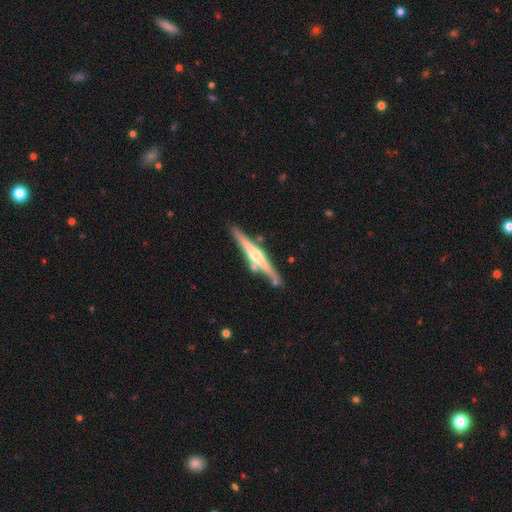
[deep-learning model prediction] Smooth or featured? Predicted: featured or disk (p=0.74). Edge-on disk? Predicted: yes (p=0.97). Edge-on bulge? Predicted: rounded (p=0.88). Merging? Predicted: none (p=0.77).